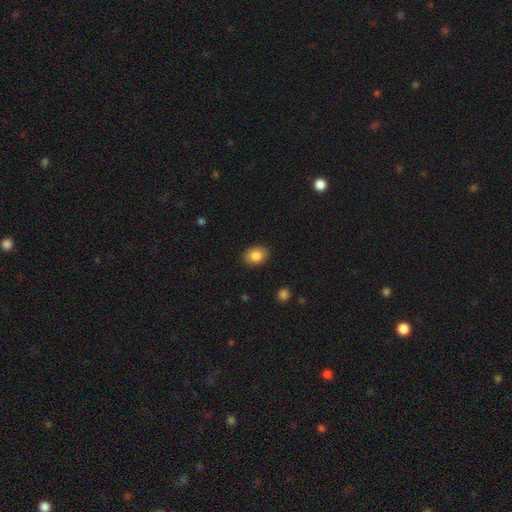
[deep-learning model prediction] This appears to be a smooth galaxy with no disk features (85%) that is in between round and cigar-shaped (65%). Merging: none (89%).